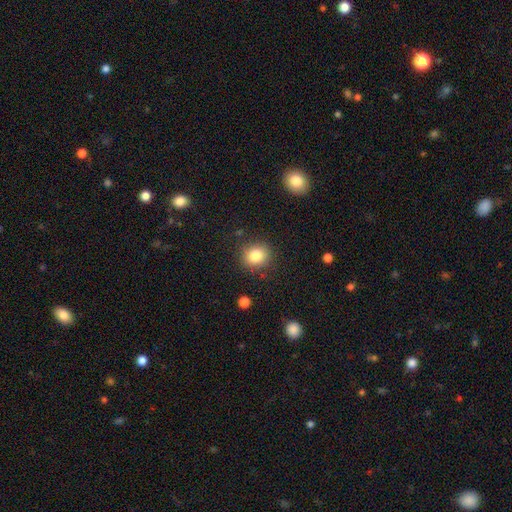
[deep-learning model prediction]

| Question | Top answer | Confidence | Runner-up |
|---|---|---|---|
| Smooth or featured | smooth | 83% | star or artifact (11%) |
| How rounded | round | 82% | in between (17%) |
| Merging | none | 86% | minor disturbance (9%) |